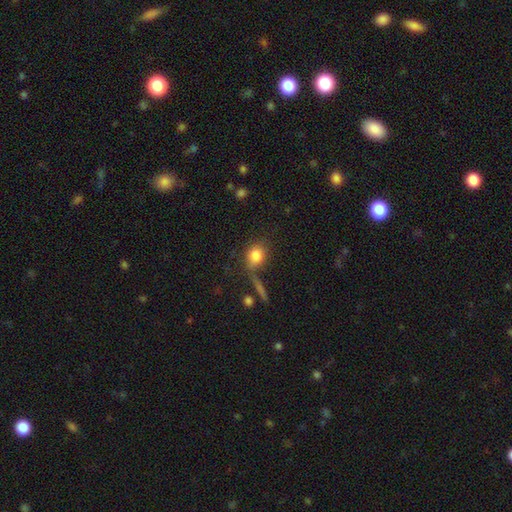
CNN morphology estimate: Q: Smooth or featured?
A: smooth (82%); runner-up: star or artifact (10%)
Q: How rounded?
A: round (63%); runner-up: in between (35%)
Q: Merging?
A: none (63%); runner-up: minor disturbance (16%)